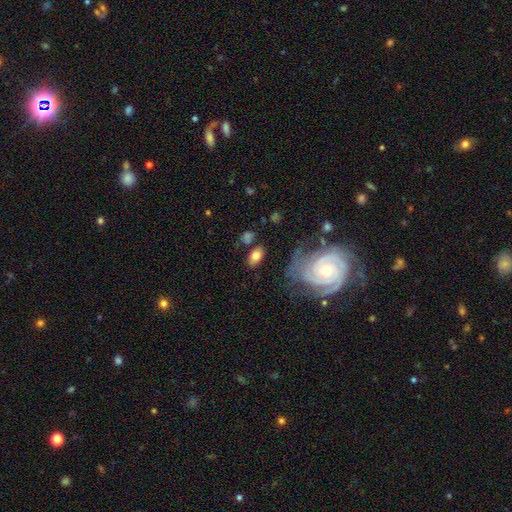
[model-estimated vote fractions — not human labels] A smooth galaxy with no disk features (74%) that is in between round and cigar-shaped (90%). Merging: none (75%).